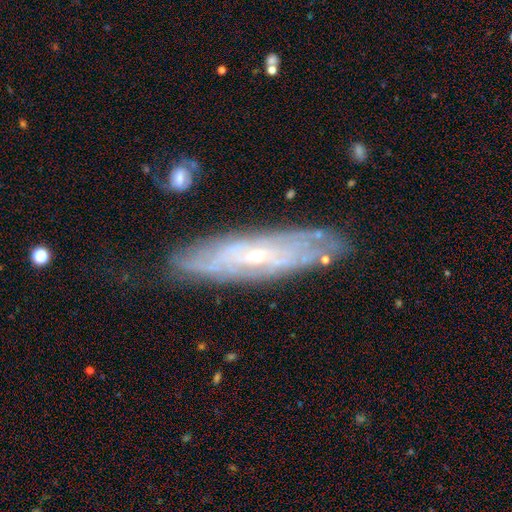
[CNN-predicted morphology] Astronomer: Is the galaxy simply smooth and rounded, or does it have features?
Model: featured or disk — 78%.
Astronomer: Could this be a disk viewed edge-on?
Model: no — 70%.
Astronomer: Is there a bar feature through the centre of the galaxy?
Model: no — 59%.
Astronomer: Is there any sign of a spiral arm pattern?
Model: yes — 83%.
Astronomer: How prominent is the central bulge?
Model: small — 69%.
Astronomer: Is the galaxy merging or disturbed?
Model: none — 78%.